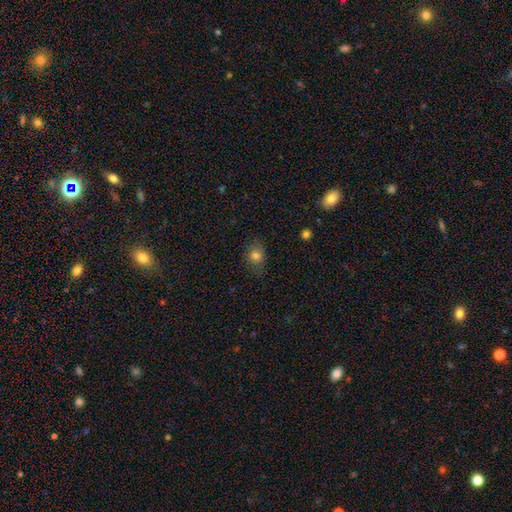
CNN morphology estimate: Overall: smooth (79%). How rounded: round (57%; in between 42%). Merging: none (80%).